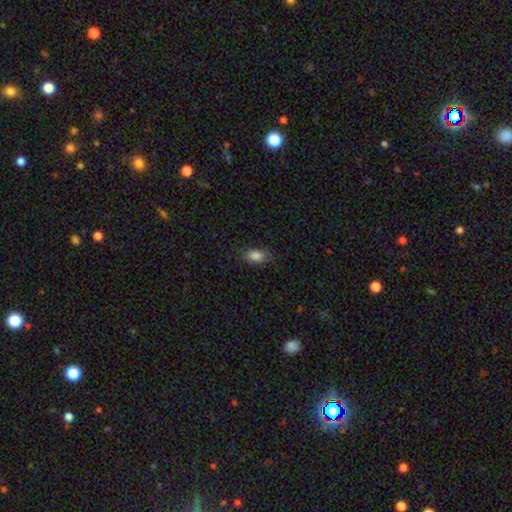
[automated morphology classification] type=smooth (86%); roundness=in between (88%); merging=none (82%).